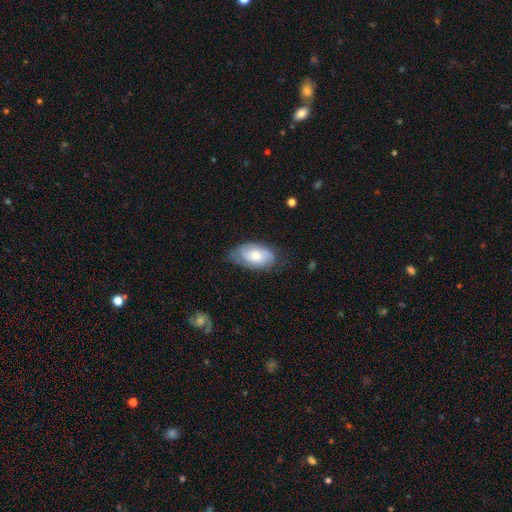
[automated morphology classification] This is possibly a smooth galaxy (50%). Merging: likely none (62%).